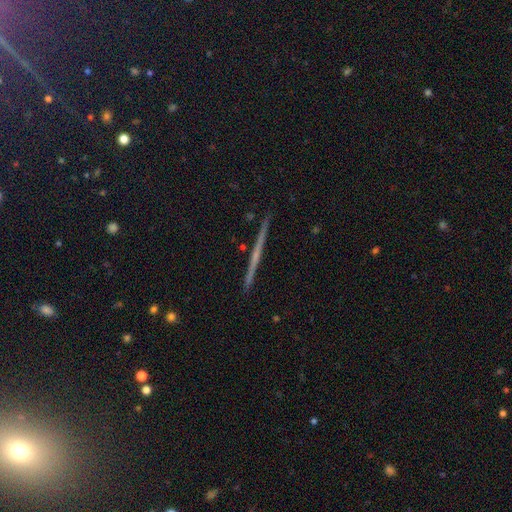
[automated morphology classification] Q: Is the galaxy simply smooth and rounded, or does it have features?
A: featured or disk — 68%.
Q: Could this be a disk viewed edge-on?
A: yes — 98%.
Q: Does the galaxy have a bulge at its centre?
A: none — 77%.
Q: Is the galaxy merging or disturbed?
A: none — 93%.